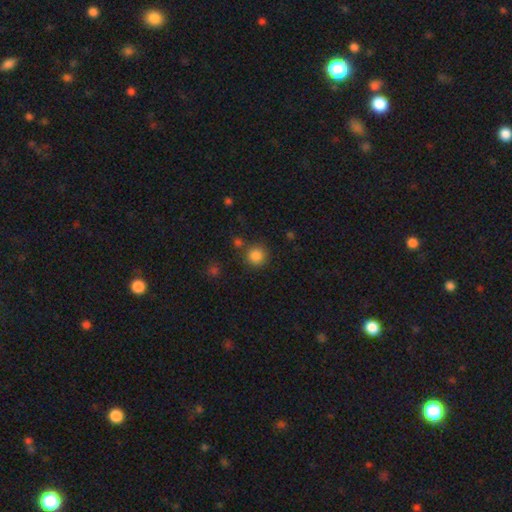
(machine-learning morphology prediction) smooth 85%, star or artifact 11%, featured or disk 4%. Down the decision tree: how rounded — round (93%); merging — none (78%).